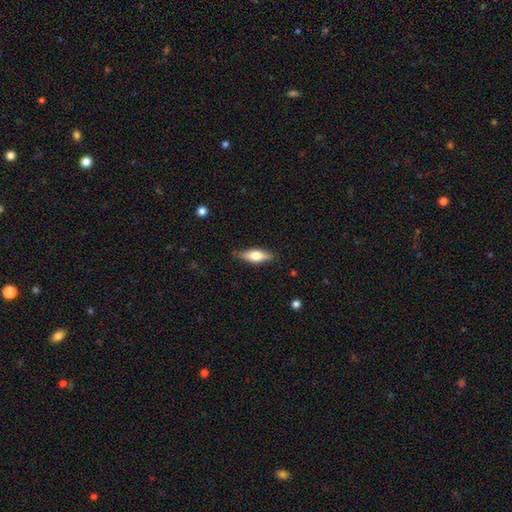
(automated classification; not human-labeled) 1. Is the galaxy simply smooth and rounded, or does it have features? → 60% smooth, 34% featured or disk, 6% star or artifact.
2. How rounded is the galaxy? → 58% in between, 39% cigar-shaped, 3% round.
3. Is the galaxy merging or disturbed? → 83% none, 13% minor disturbance, 3% major disturbance, 1% merger.